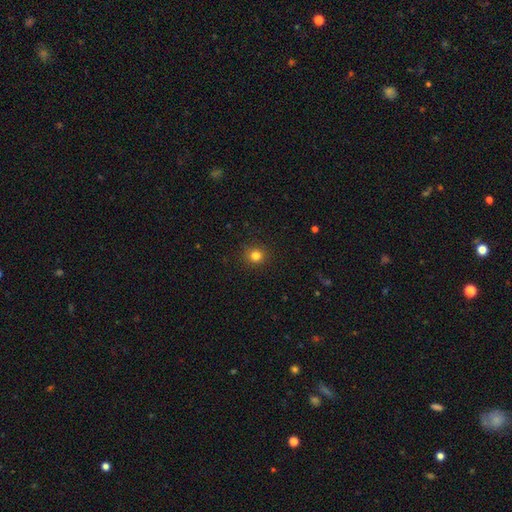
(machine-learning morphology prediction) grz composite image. It shows a smooth galaxy with no disk features (82%) that is round (92%). Merging: none (92%).